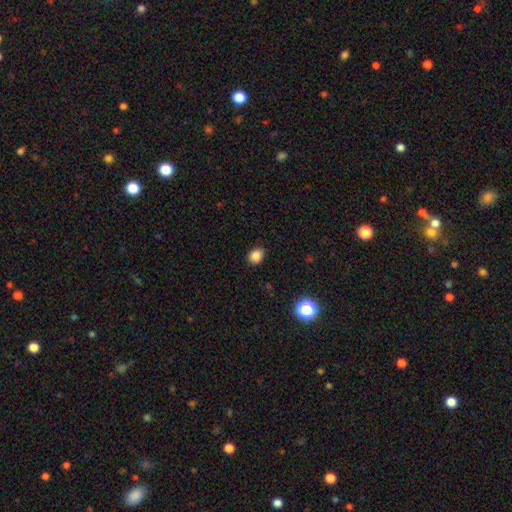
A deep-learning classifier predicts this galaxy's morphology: Smooth or featured? smooth (84%)
How rounded? in between (54%)
Merging? none (83%)